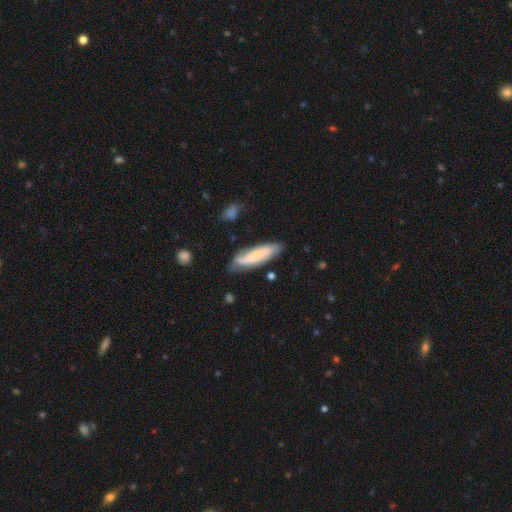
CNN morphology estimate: smooth-or-featured: smooth: 63% | featured or disk: 30% | star or artifact: 6%
  how-rounded: cigar-shaped: 64% | in between: 34% | round: 2%
  merging: none: 69% | minor disturbance: 22% | major disturbance: 5% | merger: 3%